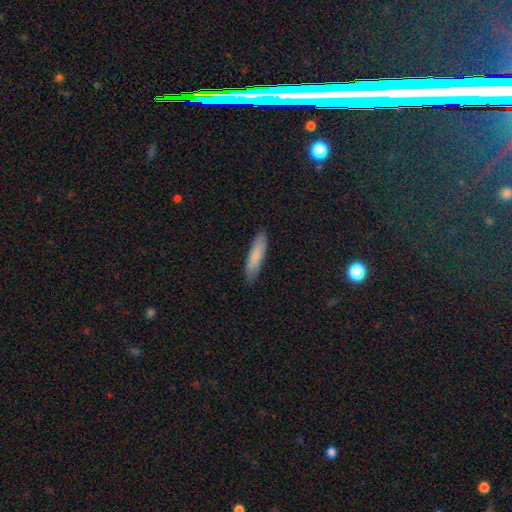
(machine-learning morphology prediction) A smooth galaxy with no disk features (82%) that is cigar-shaped (76%). Merging: none (86%).